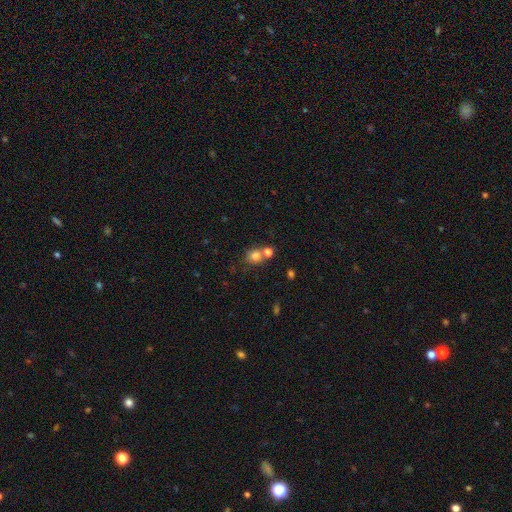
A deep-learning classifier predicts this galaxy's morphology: Overall: smooth (78%). How rounded: round (75%). Merging: none (50%; merger 35%).